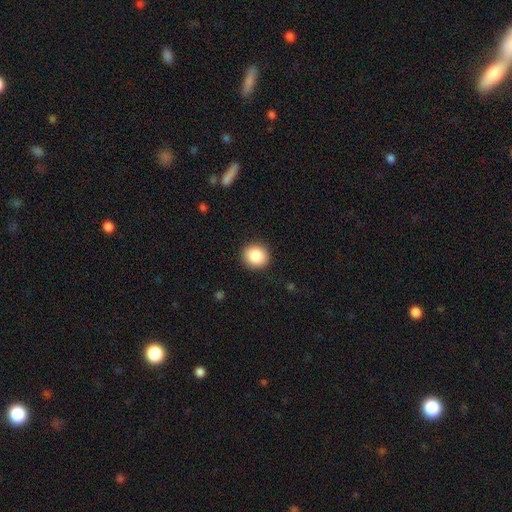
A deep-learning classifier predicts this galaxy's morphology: A smooth galaxy with no disk features (86%) that is round (87%).

Vote fractions:
- Smooth or featured? smooth: 86% / star or artifact: 8% / featured or disk: 5%
- How rounded? round: 87% / in between: 12% / cigar-shaped: 1%
- Merging? none: 91% / minor disturbance: 6% / major disturbance: 2% / merger: 1%